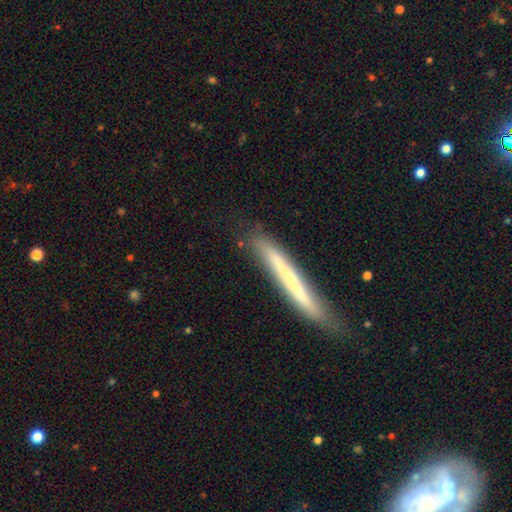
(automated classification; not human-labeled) This is possibly a featured or disk galaxy (52%). It is clearly viewed edge-on (89%). Merging: likely none (76%).